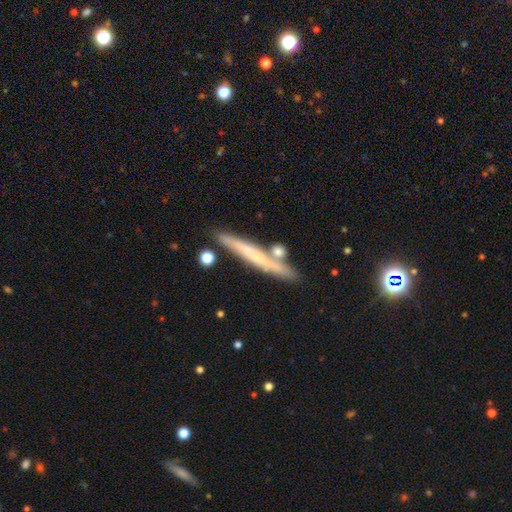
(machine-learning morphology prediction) Smooth or featured? featured or disk (54%)
Edge-on disk? yes (92%)
Merging? none (77%)